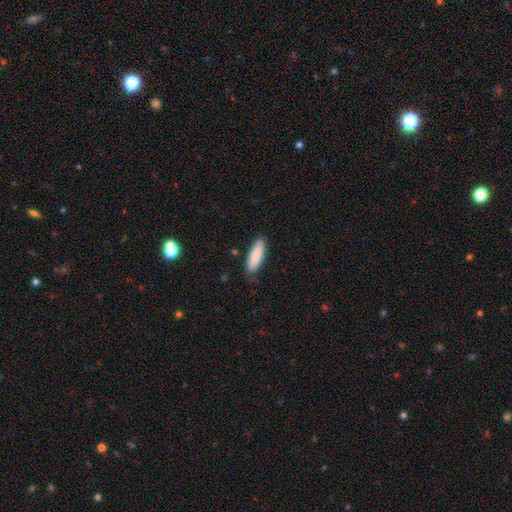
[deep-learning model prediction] A smooth galaxy with no disk features (87%) that is in between round and cigar-shaped (51%).

Vote fractions:
- Smooth or featured? smooth: 87% / featured or disk: 7% / star or artifact: 5%
- How rounded? in between: 51% / cigar-shaped: 47% / round: 1%
- Merging? none: 80% / minor disturbance: 16% / major disturbance: 3% / merger: 2%